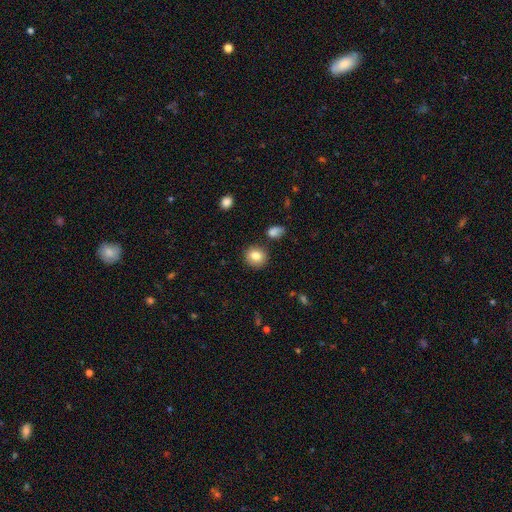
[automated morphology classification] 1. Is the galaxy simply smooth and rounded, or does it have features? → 83% smooth, 9% star or artifact, 8% featured or disk.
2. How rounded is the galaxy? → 84% round, 15% in between, 1% cigar-shaped.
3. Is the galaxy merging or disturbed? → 86% none, 8% minor disturbance, 4% merger, 2% major disturbance.